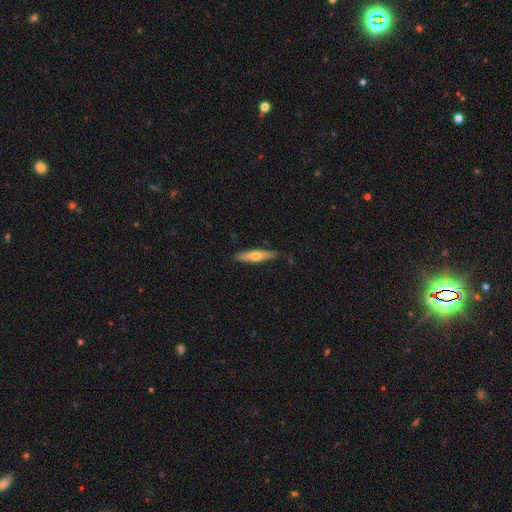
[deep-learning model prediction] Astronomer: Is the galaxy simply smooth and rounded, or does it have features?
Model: smooth — 54% (runner-up: featured or disk, 41%).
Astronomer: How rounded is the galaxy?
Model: cigar-shaped — 83%.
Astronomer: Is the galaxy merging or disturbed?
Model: none — 85%.